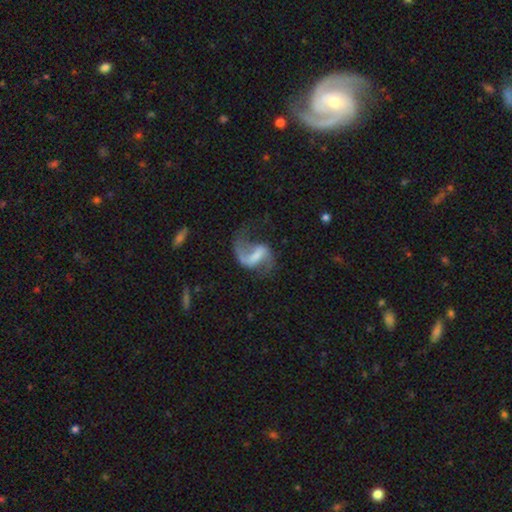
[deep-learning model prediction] Overall: featured or disk (85%). Edge-on disk: no (97%). Bar: weak (43%; strong 42%). Spiral arms: yes (95%). Spiral arm count: 2 (80%). Spiral winding: loose (64%; medium 31%). Bulge size: small (38%; none 27%). Merging: none (58%; major disturbance 23%).